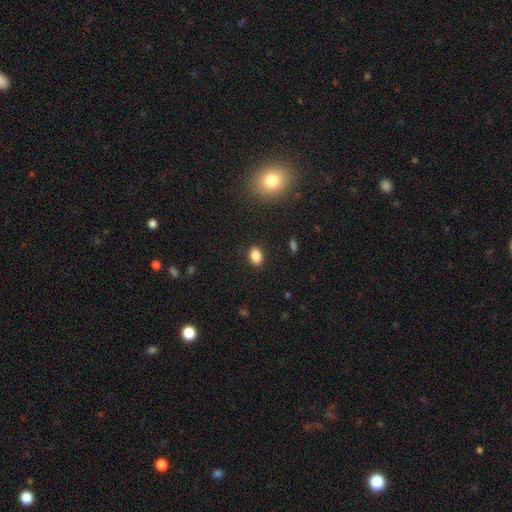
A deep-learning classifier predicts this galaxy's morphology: This appears to be a smooth galaxy with no disk features (86%) that is in between round and cigar-shaped (76%). Merging: none (88%).